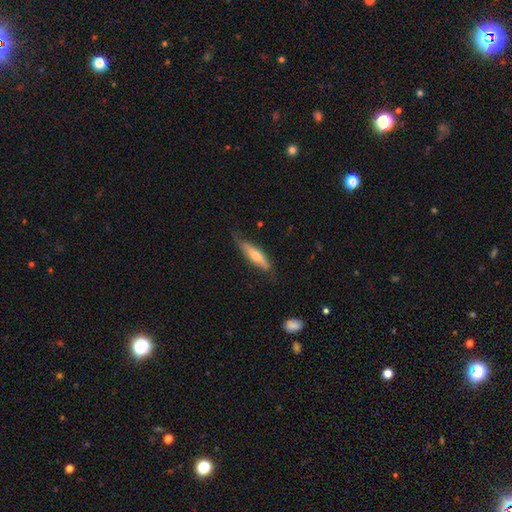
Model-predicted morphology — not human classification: type=smooth (53%); roundness=cigar-shaped (75%); merging=none (70%).